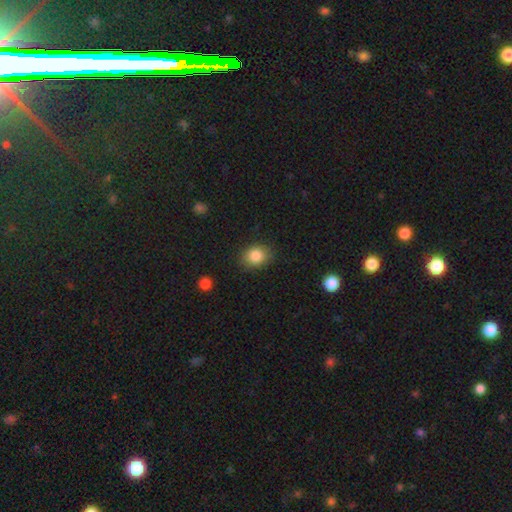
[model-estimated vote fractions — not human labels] Smooth or featured: smooth — 85% (star or artifact — 9%)
How rounded: round — 52% (in between — 47%)
Merging: none — 83% (minor disturbance — 13%)